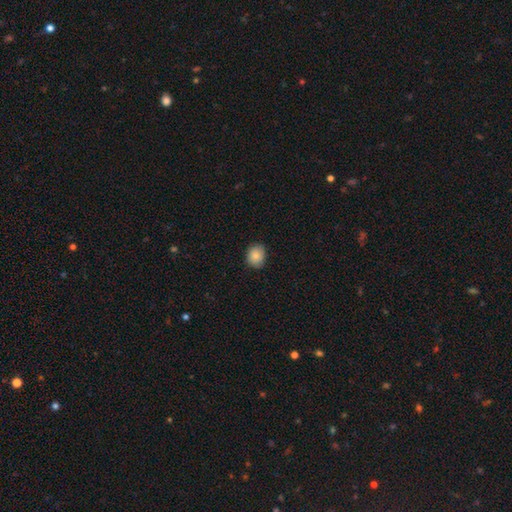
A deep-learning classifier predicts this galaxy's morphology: smooth-or-featured: smooth: 83% | star or artifact: 9% | featured or disk: 8%
  how-rounded: round: 59% | in between: 40% | cigar-shaped: 1%
  merging: none: 81% | minor disturbance: 16% | major disturbance: 2% | merger: 1%